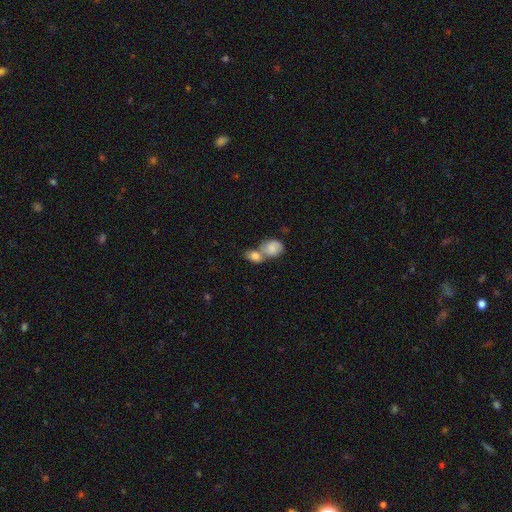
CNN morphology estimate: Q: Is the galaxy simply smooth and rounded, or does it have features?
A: smooth — 79%.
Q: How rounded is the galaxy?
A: in between — 64%.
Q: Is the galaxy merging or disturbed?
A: merger — 65%.